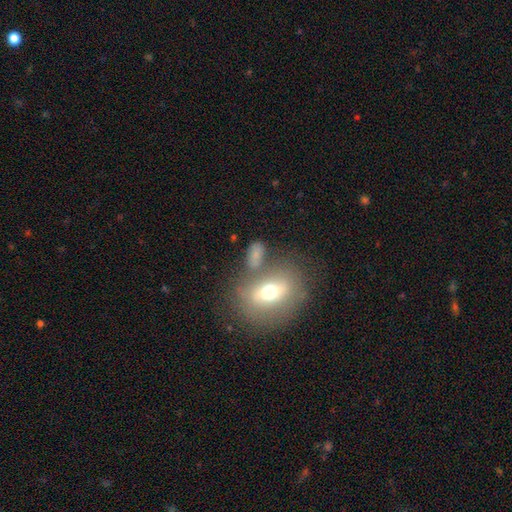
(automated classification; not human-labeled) smooth-or-featured: smooth: 64% | featured or disk: 22% | star or artifact: 14%
  how-rounded: in between: 75% | round: 17% | cigar-shaped: 8%
  merging: none: 54% | merger: 20% | minor disturbance: 17% | major disturbance: 10%